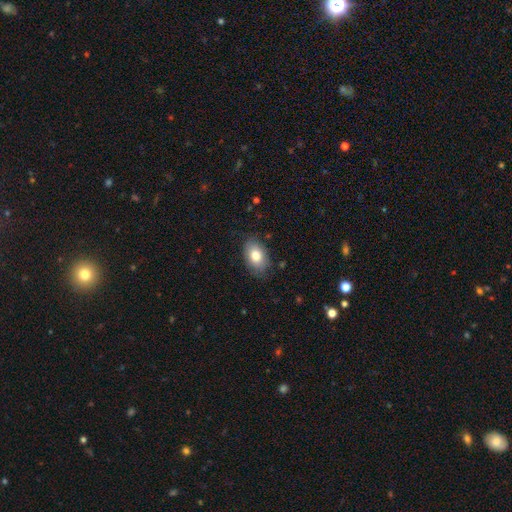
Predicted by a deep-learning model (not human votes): Overall: smooth (79%). How rounded: in between (89%). Merging: none (78%).